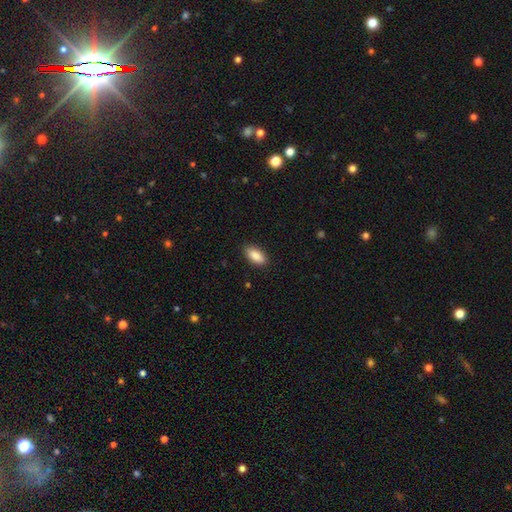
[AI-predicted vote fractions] This appears to be a smooth galaxy with no disk features (89%) that is in between round and cigar-shaped (90%). Merging: none (89%).